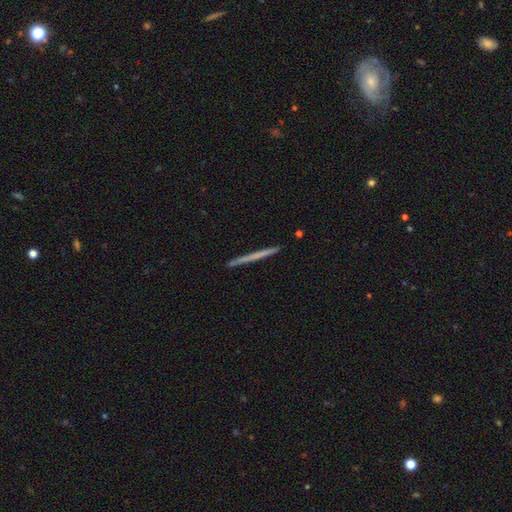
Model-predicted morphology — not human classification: smooth 50%, featured or disk 45%, star or artifact 5%. Down the decision tree: merging — none (92%).